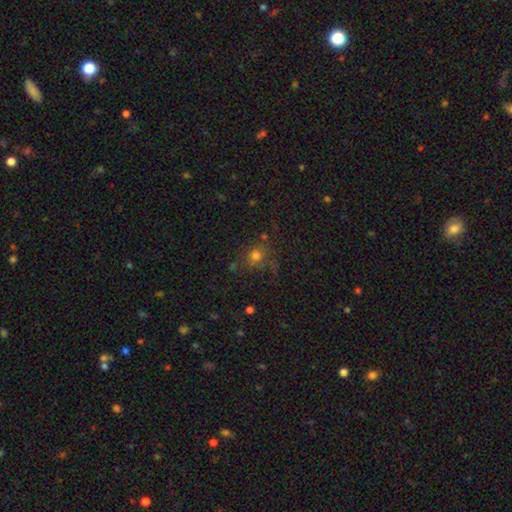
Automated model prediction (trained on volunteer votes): A smooth galaxy with no disk features (63%) that is round (75%). Merging: none (65%).